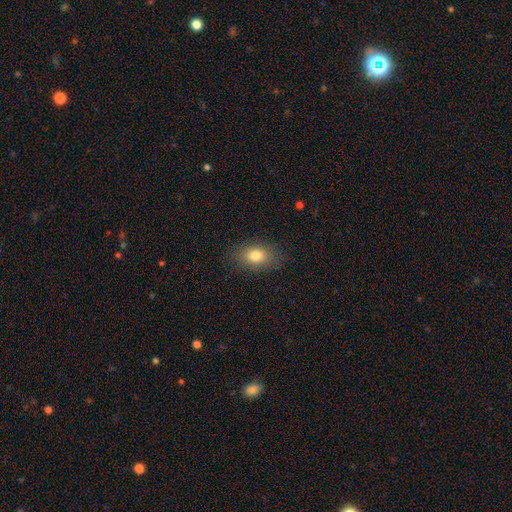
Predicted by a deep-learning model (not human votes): Smooth or featured? smooth (80%)
How rounded? in between (84%)
Merging? none (83%)